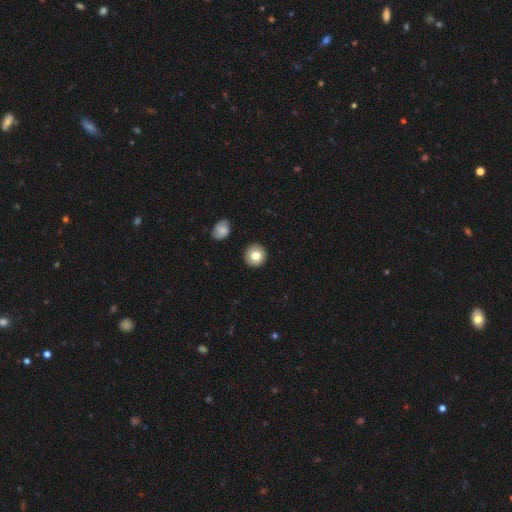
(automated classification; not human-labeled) This appears to be a smooth galaxy with no disk features (81%) that is round (93%). Merging: none (91%).